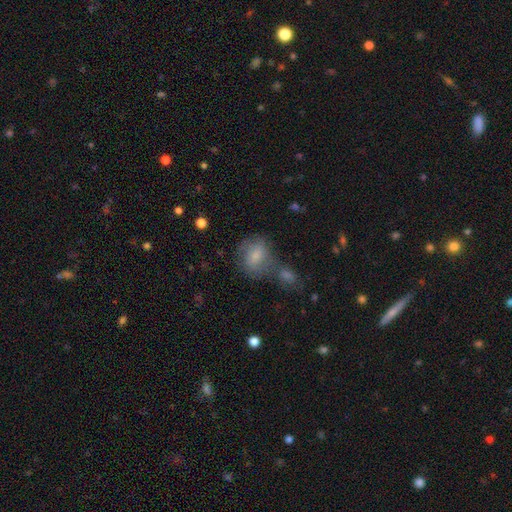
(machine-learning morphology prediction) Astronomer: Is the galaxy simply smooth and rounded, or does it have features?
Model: smooth — 67%.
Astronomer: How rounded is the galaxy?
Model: round — 55% (runner-up: in between, 44%).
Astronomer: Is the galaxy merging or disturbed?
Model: none — 44% (runner-up: merger, 32%).